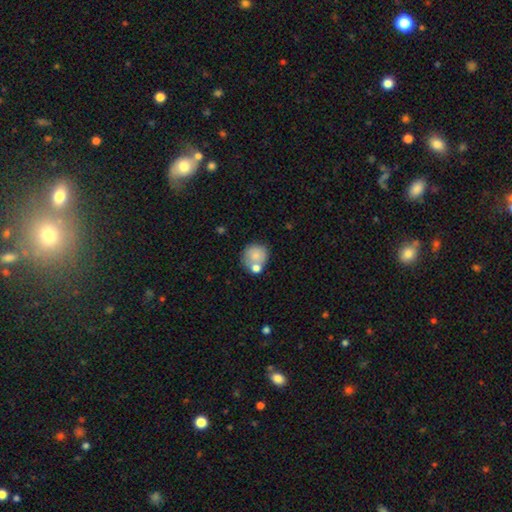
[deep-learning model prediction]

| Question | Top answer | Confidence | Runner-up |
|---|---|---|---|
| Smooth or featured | smooth | 77% | featured or disk (15%) |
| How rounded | round | 85% | in between (14%) |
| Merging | none | 55% | merger (27%) |